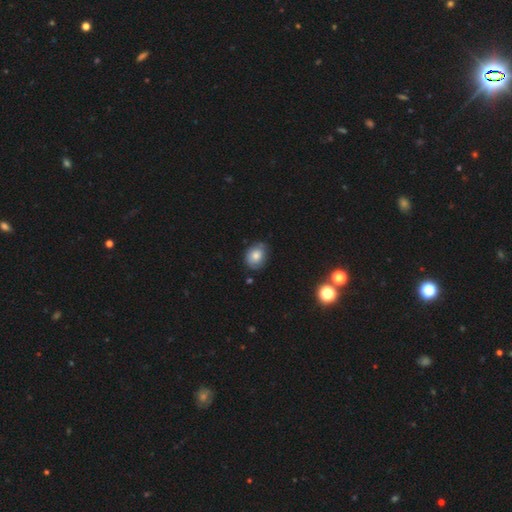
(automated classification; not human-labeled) This is likely a smooth galaxy (77%). How rounded: possibly round (51%). Merging: likely none (68%).